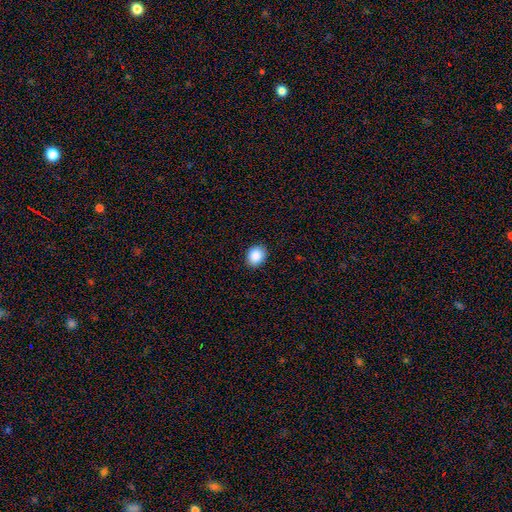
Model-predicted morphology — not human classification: type=smooth (88%); roundness=round (63%); merging=none (90%).